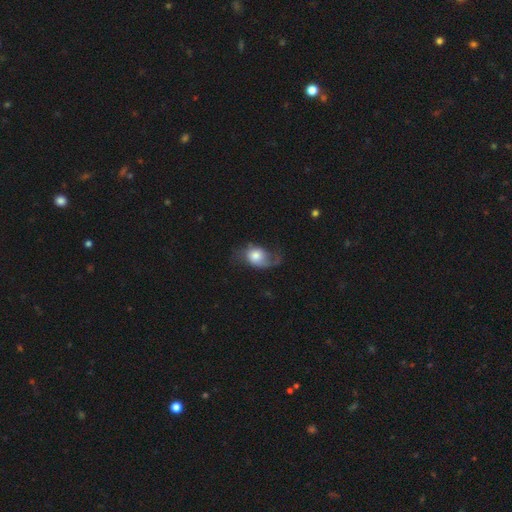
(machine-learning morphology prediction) The model was most divided on "smooth or featured": smooth: 47%, featured or disk: 45%, star or artifact: 8%. Remaining: merging — none (37%).